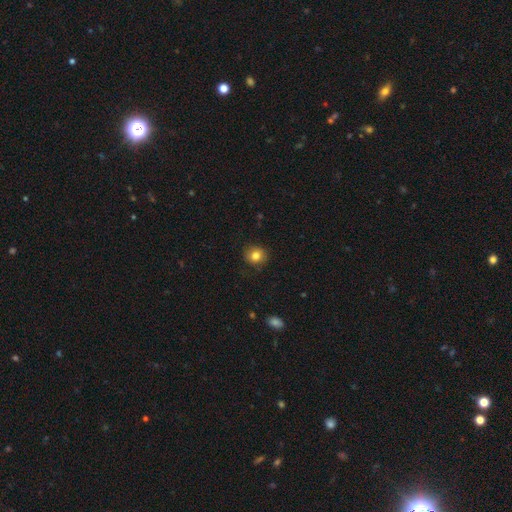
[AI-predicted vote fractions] Smooth or featured? smooth (82%)
How rounded? round (84%)
Merging? none (87%)